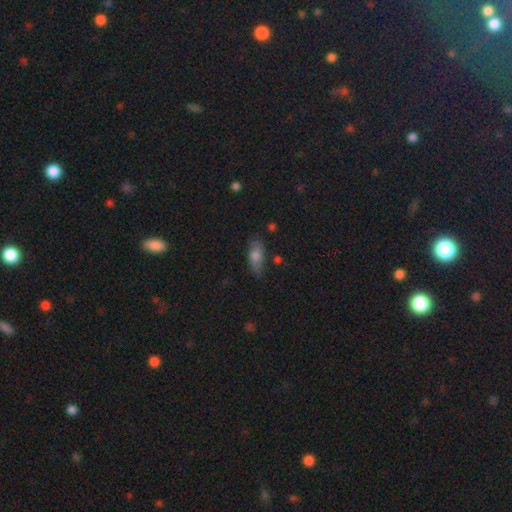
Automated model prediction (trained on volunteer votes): A smooth galaxy with no disk features (72%) that is in between round and cigar-shaped (80%). Merging: none (73%).